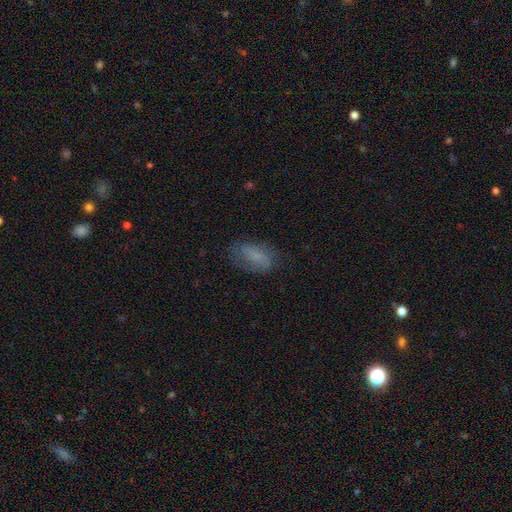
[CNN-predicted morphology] Smooth or featured?
  - smooth: 61% *
  - featured or disk: 29%
  - star or artifact: 10%
How rounded?
  - in between: 85% *
  - cigar-shaped: 10%
  - round: 5%
Merging?
  - none: 67% *
  - minor disturbance: 22%
  - major disturbance: 10%
  - merger: 1%